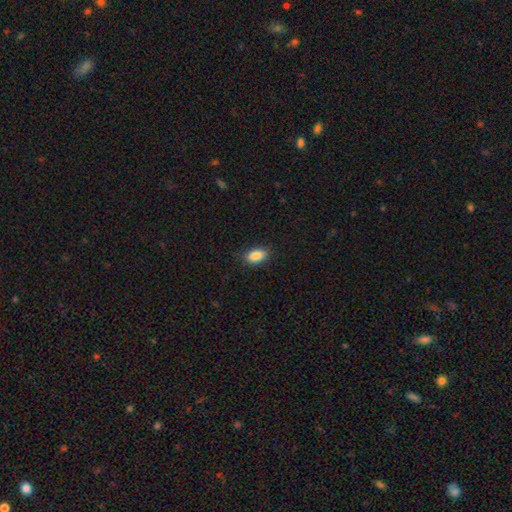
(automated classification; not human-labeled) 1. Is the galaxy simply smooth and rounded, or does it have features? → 89% smooth, 8% star or artifact, 4% featured or disk.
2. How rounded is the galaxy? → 90% in between, 6% round, 3% cigar-shaped.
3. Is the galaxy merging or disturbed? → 84% none, 12% minor disturbance, 3% major disturbance, 1% merger.